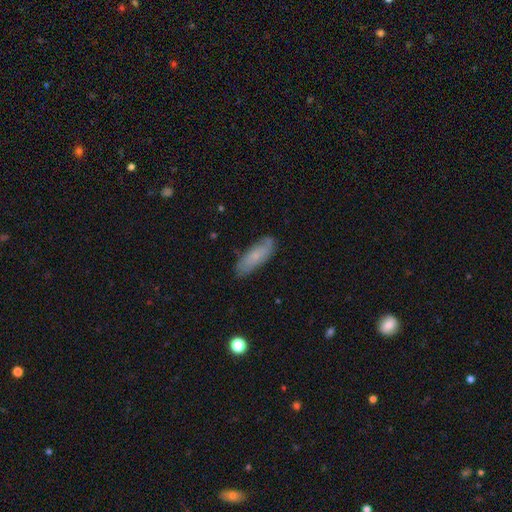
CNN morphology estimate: smooth 63%, featured or disk 30%, star or artifact 7%. Down the decision tree: how rounded — in between (56%); merging — none (76%).